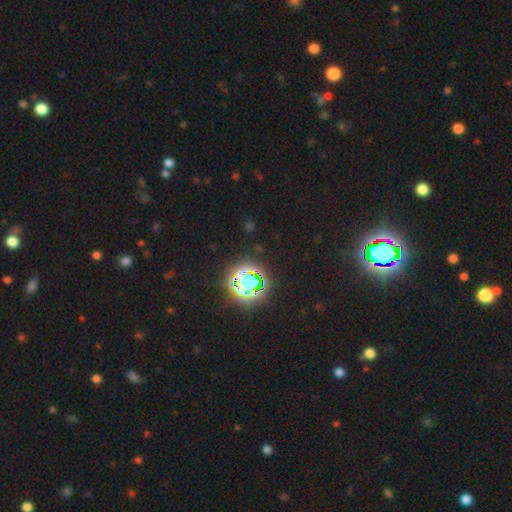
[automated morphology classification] Smooth or featured?
  - star or artifact: 78% *
  - smooth: 14%
  - featured or disk: 8%